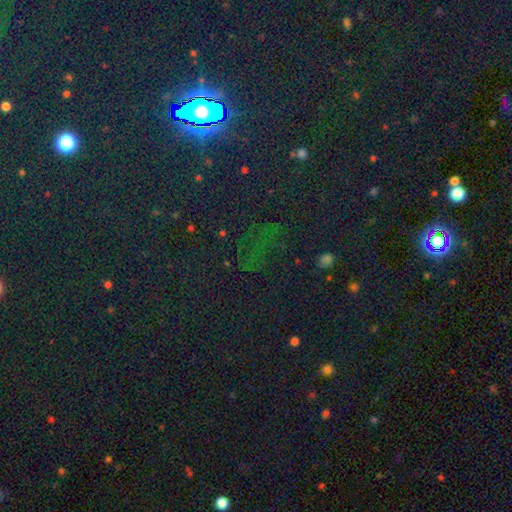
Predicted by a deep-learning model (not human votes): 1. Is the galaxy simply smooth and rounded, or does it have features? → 79% star or artifact, 14% smooth, 7% featured or disk.